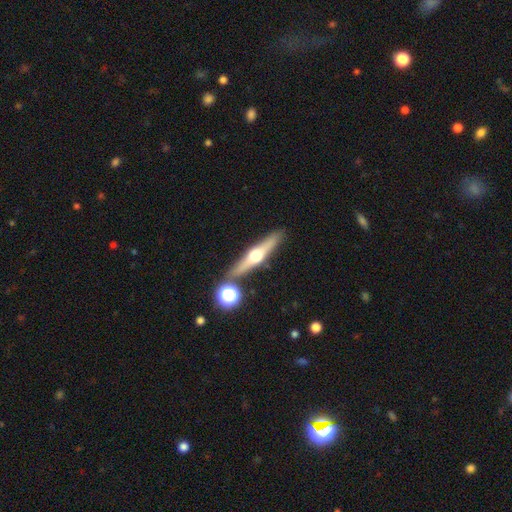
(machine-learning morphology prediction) The model was most divided on "smooth or featured": featured or disk: 70%, smooth: 23%, star or artifact: 7%. More confident: edge-on disk — yes (96%); edge-on bulge — rounded (95%); merging — none (84%).